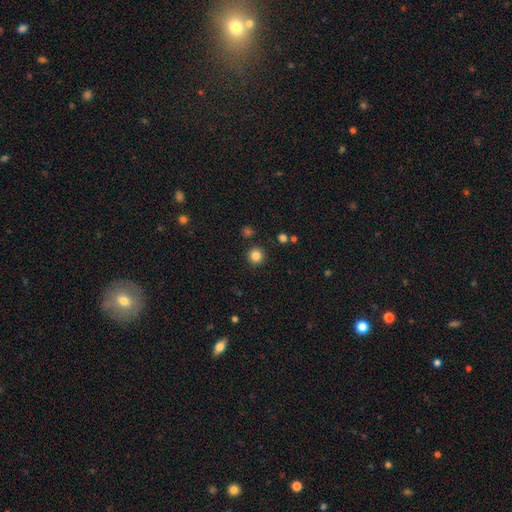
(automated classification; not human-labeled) Morphology: type=smooth (84%); roundness=round (94%); merging=none (90%).